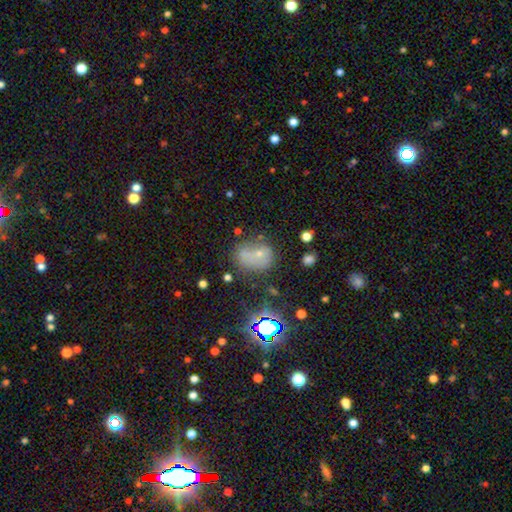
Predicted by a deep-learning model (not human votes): Overall: smooth (45%; star or artifact 29%). Merging: none (44%; minor disturbance 23%).